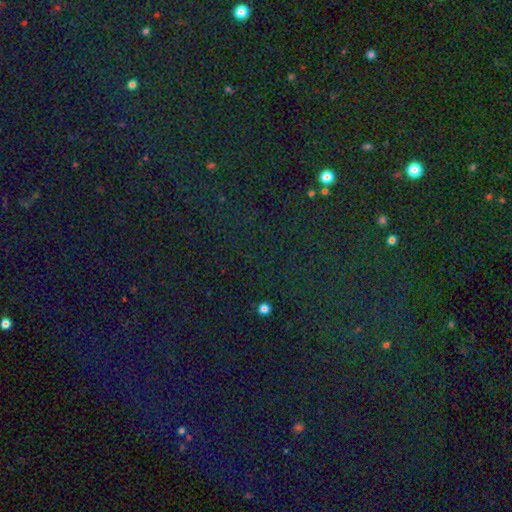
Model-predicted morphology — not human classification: Smooth or featured: star or artifact — 81% (smooth — 12%)